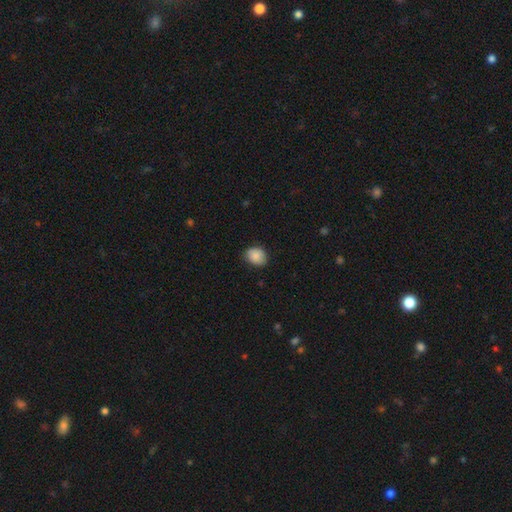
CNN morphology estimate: smooth 87%, star or artifact 8%, featured or disk 5%. Down the decision tree: how rounded — in between (54%); merging — none (80%).